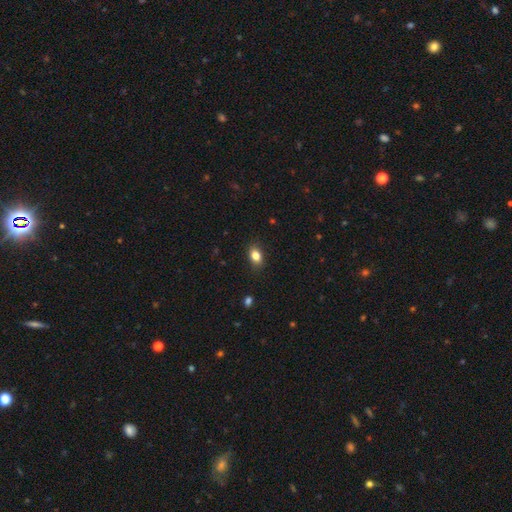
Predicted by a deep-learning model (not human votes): Smooth or featured? smooth (84%)
How rounded? in between (76%)
Merging? none (86%)